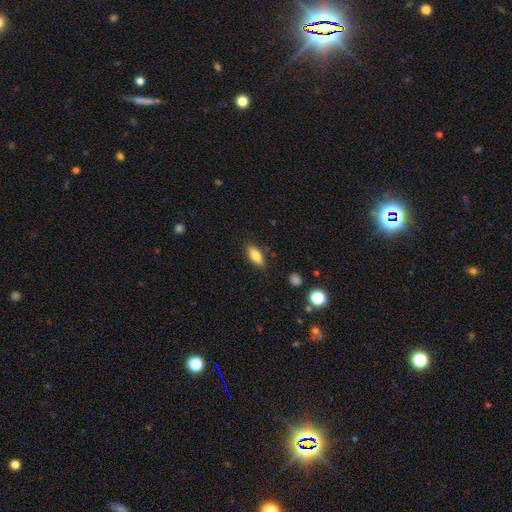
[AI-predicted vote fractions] A smooth galaxy with no disk features (82%) that is in between round and cigar-shaped (79%).

Vote fractions:
- Smooth or featured? smooth: 82% / featured or disk: 11% / star or artifact: 8%
- How rounded? in between: 79% / cigar-shaped: 18% / round: 3%
- Merging? none: 85% / minor disturbance: 11% / major disturbance: 3% / merger: 1%